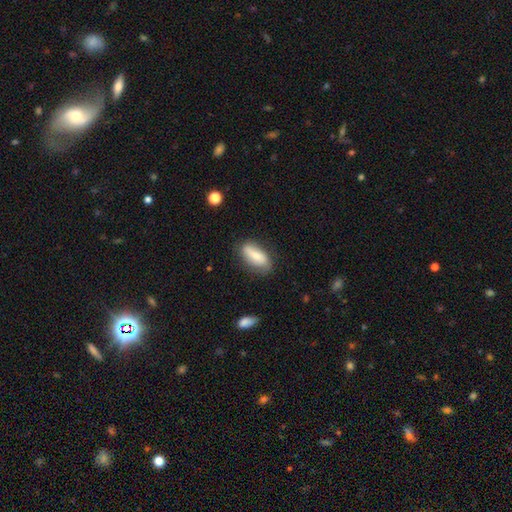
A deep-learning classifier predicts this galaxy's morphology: smooth 72%, featured or disk 21%, star or artifact 7%. Down the decision tree: how rounded — in between (78%); merging — none (73%).